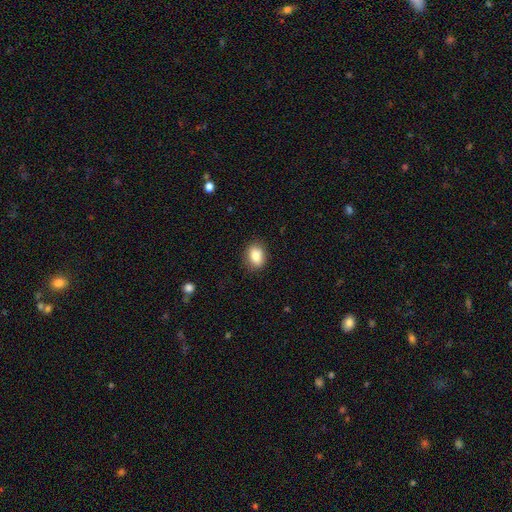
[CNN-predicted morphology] Smooth or featured? smooth (84%)
How rounded? in between (67%)
Merging? none (86%)